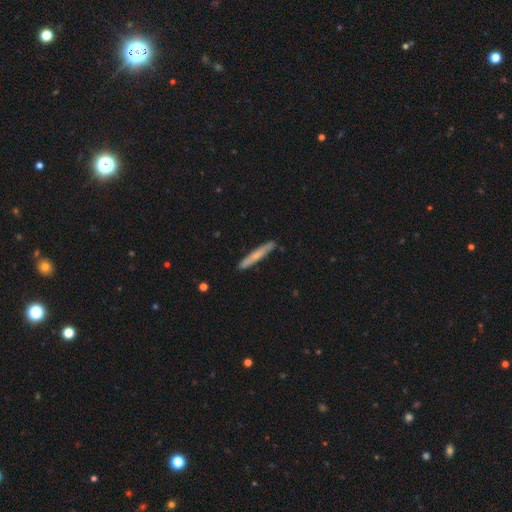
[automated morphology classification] Smooth or featured?
  - smooth: 61% *
  - featured or disk: 33%
  - star or artifact: 6%
How rounded?
  - cigar-shaped: 95% *
  - in between: 3%
  - round: 1%
Merging?
  - none: 88% *
  - minor disturbance: 9%
  - major disturbance: 1%
  - merger: 1%